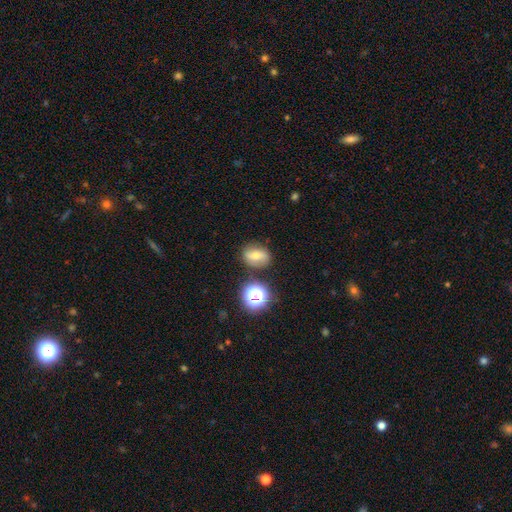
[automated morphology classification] This appears to be a smooth galaxy with no disk features (52%) that is in between round and cigar-shaped (51%). Merging: none (76%).